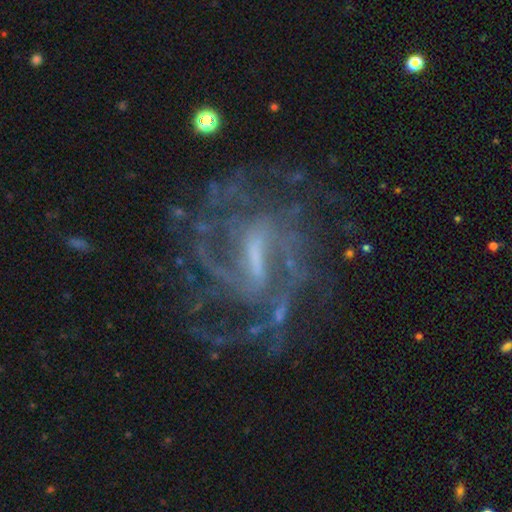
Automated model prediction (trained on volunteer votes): smooth-or-featured: featured or disk: 88% | star or artifact: 8% | smooth: 4%
  disk-edge-on: no: 96% | yes: 4%
    bar: strong: 49% | weak: 40% | no: 11%
    has-spiral-arms: yes: 94% | no: 6%
      spiral-winding: medium: 44% (tied) | tight: 44% (tied) | loose: 12%
      spiral-arm-count: can't tell: 29% | 2: 26% | 3: 19% | 4: 13% | more than 4: 7% | 1: 6%
    bulge-size: small: 40% | none: 28% | moderate: 27% | large: 4% | dominant: 1%
  merging: none: 65% | major disturbance: 17% | minor disturbance: 16% | merger: 2%